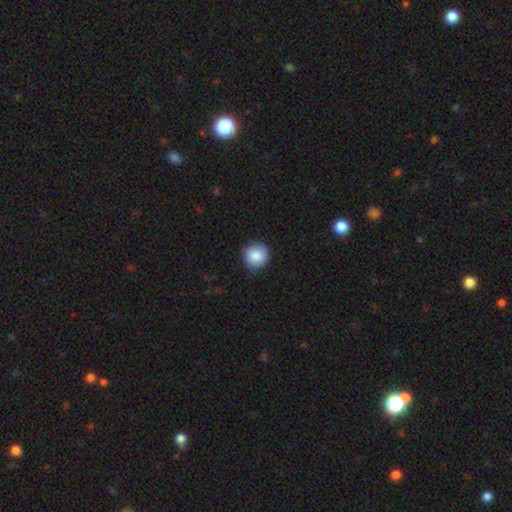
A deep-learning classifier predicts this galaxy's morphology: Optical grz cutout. It shows a smooth galaxy with no disk features (87%) that is round (90%). Merging: none (83%).